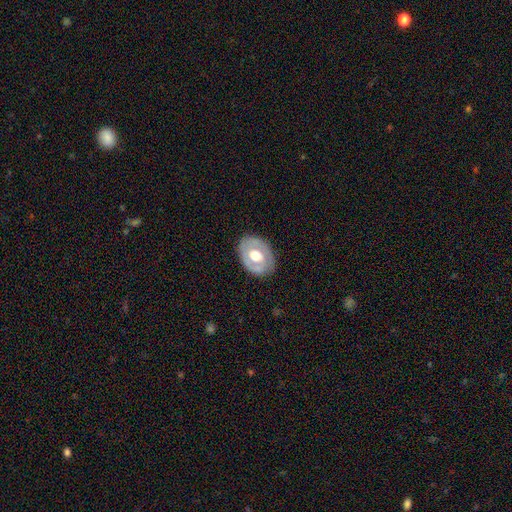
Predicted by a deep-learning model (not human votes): The model was most divided on "bulge size": moderate: 53%, large: 41%, small: 3%, dominant: 2%, none: 1%. More confident: edge-on disk — no (93%); bar — no (81%); merging — none (80%); spiral arms — no (78%); smooth or featured — featured or disk (56%).